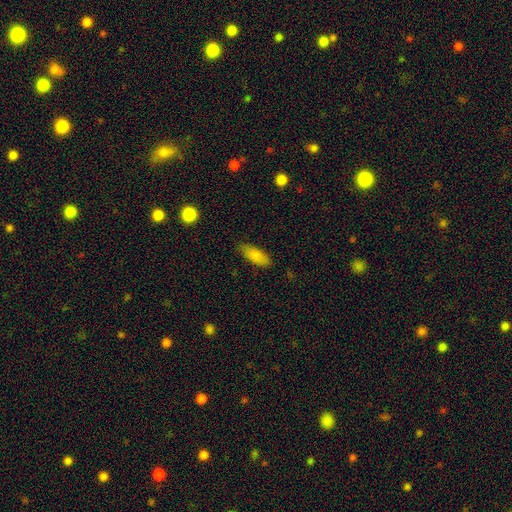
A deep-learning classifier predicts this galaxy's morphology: A smooth galaxy with no disk features (82%) that is in between round and cigar-shaped (77%).

Vote fractions:
- Smooth or featured? smooth: 82% / featured or disk: 11% / star or artifact: 7%
- How rounded? in between: 77% / cigar-shaped: 21% / round: 2%
- Merging? none: 81% / minor disturbance: 15% / major disturbance: 3% / merger: 1%